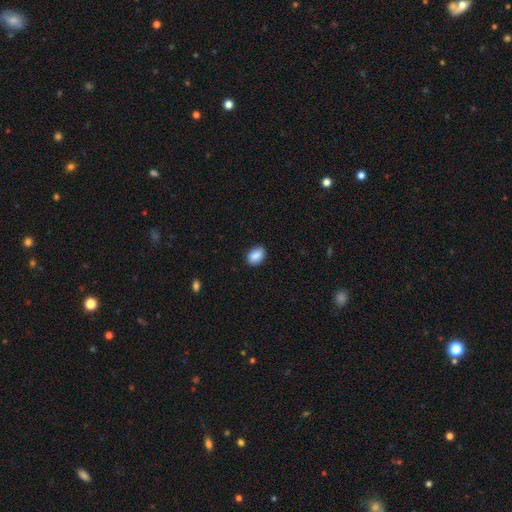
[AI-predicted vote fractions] Morphology: type=smooth (88%); roundness=in between (81%); merging=none (84%).